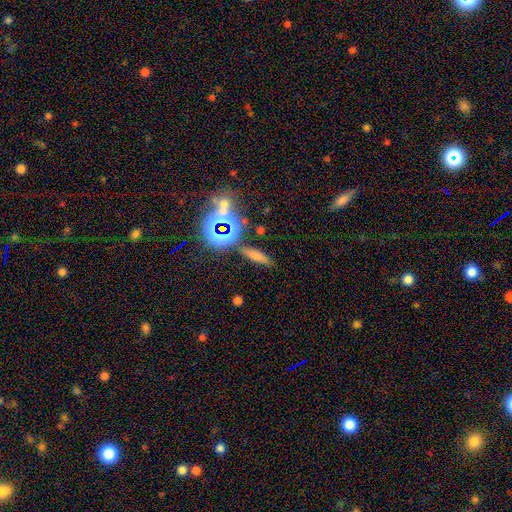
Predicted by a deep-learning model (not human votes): smooth-or-featured: smooth: 59% | star or artifact: 25% | featured or disk: 16%
  how-rounded: cigar-shaped: 68% | in between: 25% | round: 8%
  merging: none: 78% | minor disturbance: 12% | merger: 6% | major disturbance: 4%